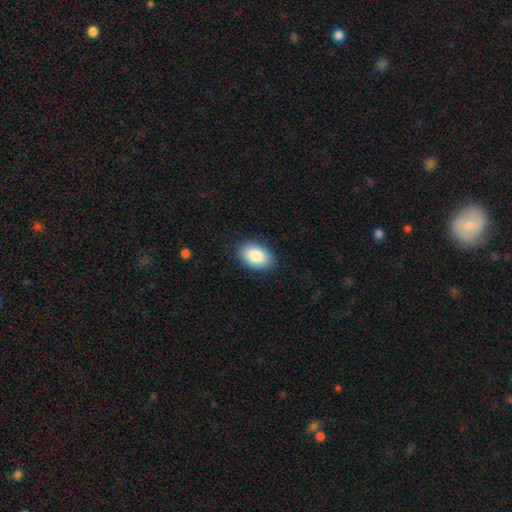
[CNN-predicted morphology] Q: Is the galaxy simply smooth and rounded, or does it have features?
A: smooth — 89%.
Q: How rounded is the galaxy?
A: in between — 91%.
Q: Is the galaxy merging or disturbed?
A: none — 87%.